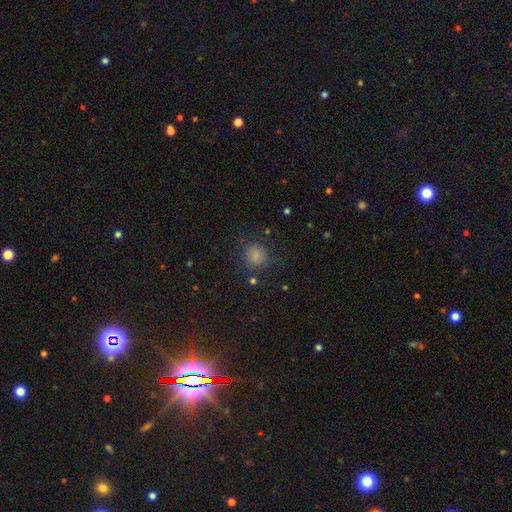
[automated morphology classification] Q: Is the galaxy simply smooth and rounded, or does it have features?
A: smooth — 81%.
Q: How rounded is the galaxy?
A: round — 82%.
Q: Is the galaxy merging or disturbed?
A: none — 78%.